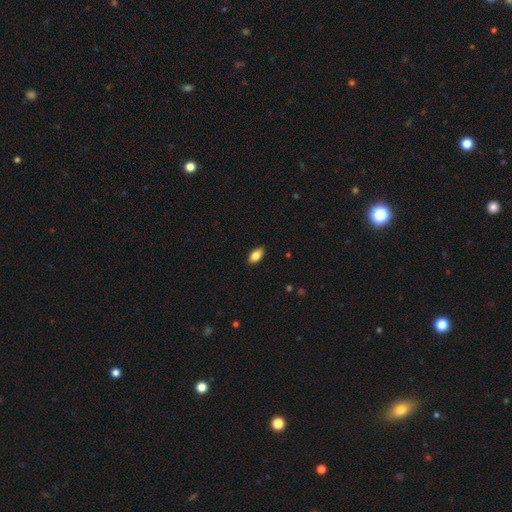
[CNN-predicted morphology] type=smooth (83%); roundness=in between (92%); merging=none (88%).